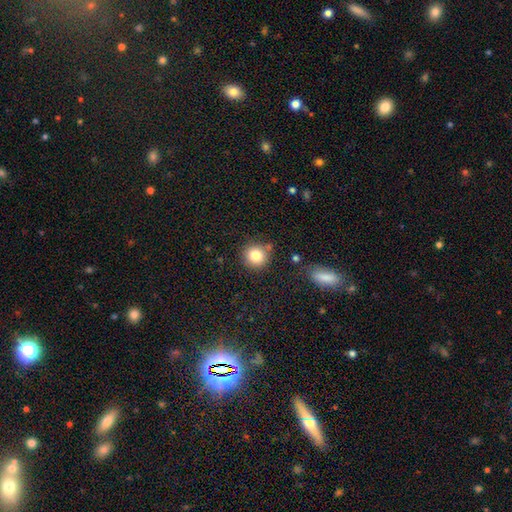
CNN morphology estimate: The model was most divided on "merging": none: 79%, minor disturbance: 12%, merger: 6%, major disturbance: 3%. More confident: how rounded — round (91%); smooth or featured — smooth (83%).